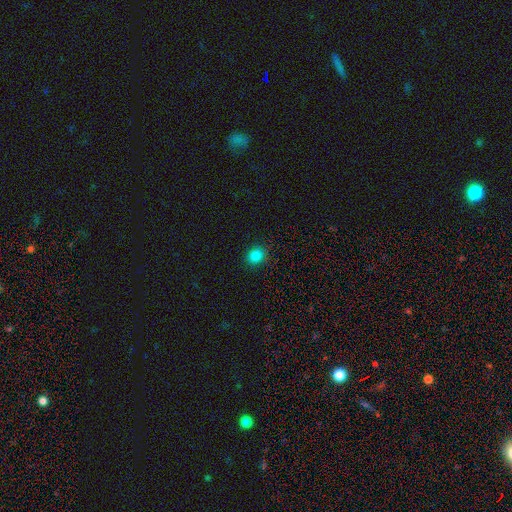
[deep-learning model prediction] Smooth or featured? Predicted: smooth (p=0.83). How rounded? Predicted: round (p=0.76). Merging? Predicted: none (p=0.90).